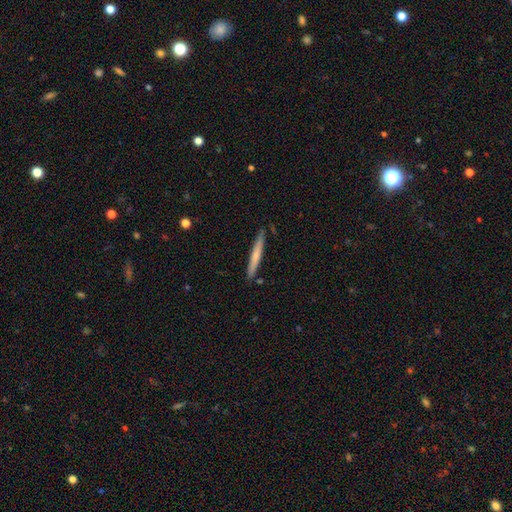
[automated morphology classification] Smooth or featured? smooth (61%)
How rounded? cigar-shaped (96%)
Merging? none (88%)